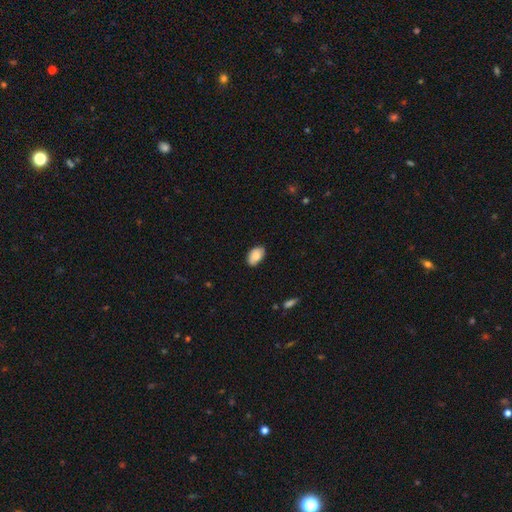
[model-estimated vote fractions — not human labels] Smooth or featured: smooth — 85% (featured or disk — 9%)
How rounded: in between — 93% (round — 6%)
Merging: none — 84% (minor disturbance — 13%)